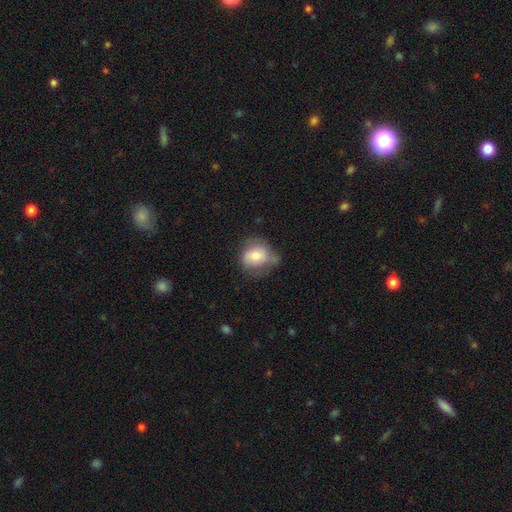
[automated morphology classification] This is likely a smooth galaxy (65%). How rounded: likely round (66%). Merging: marginally none (43%).